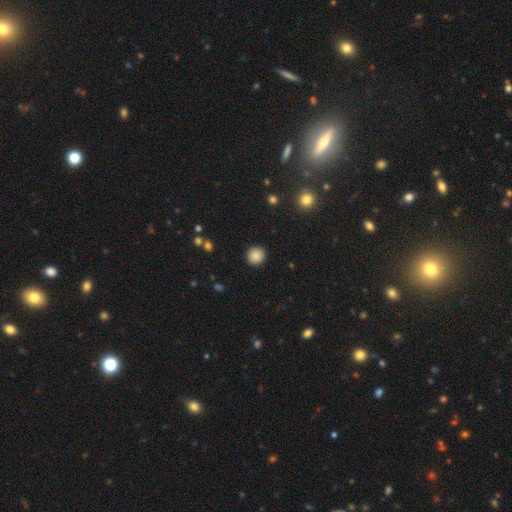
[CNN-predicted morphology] This is clearly a smooth galaxy (86%). How rounded: clearly round (93%). Merging: clearly none (92%).